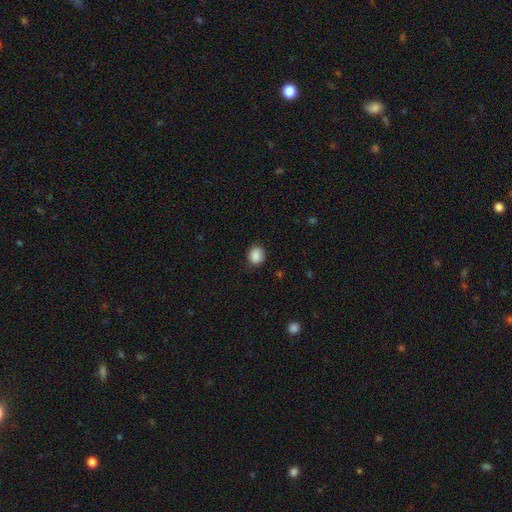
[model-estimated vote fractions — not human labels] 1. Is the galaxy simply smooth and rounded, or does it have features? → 87% smooth, 8% star or artifact, 4% featured or disk.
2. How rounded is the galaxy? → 71% round, 28% in between, 1% cigar-shaped.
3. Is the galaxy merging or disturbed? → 82% none, 14% minor disturbance, 3% major disturbance, 1% merger.